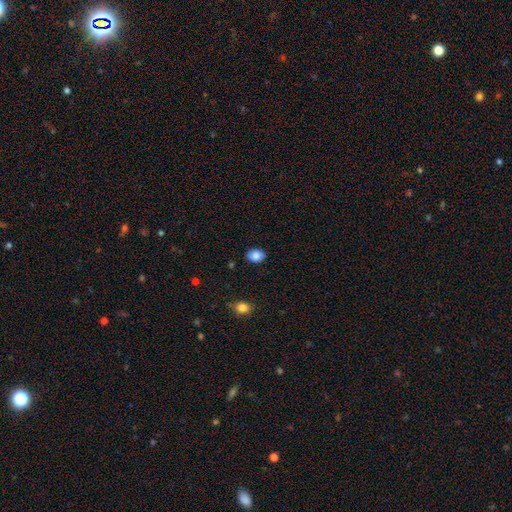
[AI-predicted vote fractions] Smooth or featured? smooth (86%)
How rounded? in between (59%)
Merging? none (88%)